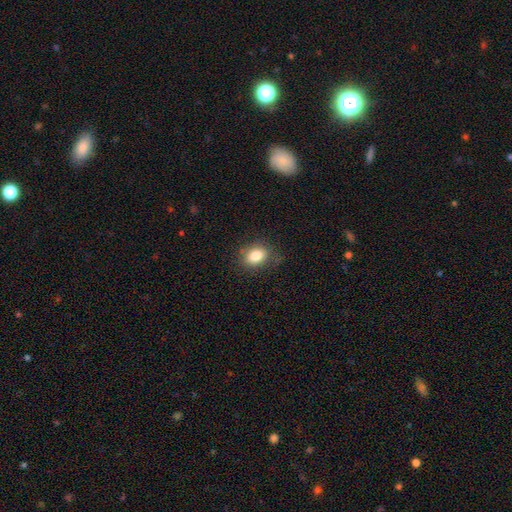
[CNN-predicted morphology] Smooth or featured? Predicted: smooth (p=0.83). How rounded? Predicted: in between (p=0.71). Merging? Predicted: none (p=0.79).